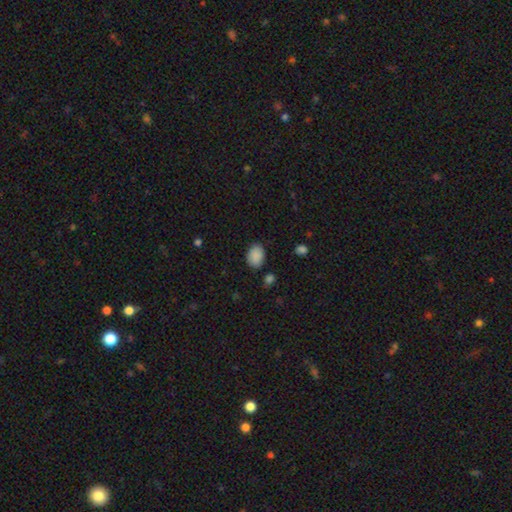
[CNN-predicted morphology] smooth 89%, star or artifact 7%, featured or disk 4%. Down the decision tree: how rounded — in between (77%); merging — none (83%).